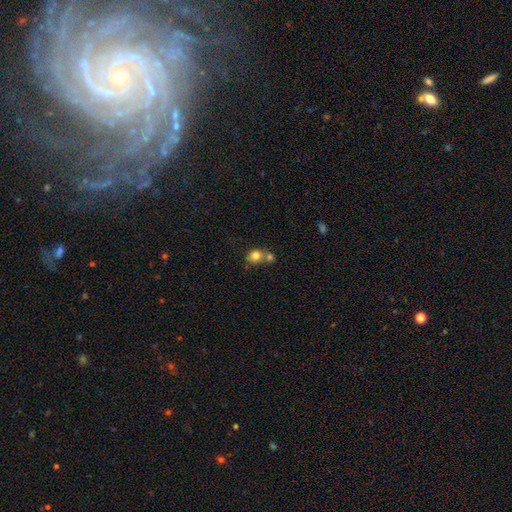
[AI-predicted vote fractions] Q: Smooth or featured?
A: smooth (79%); runner-up: star or artifact (11%)
Q: How rounded?
A: round (77%); runner-up: in between (22%)
Q: Merging?
A: merger (47%); runner-up: none (40%)